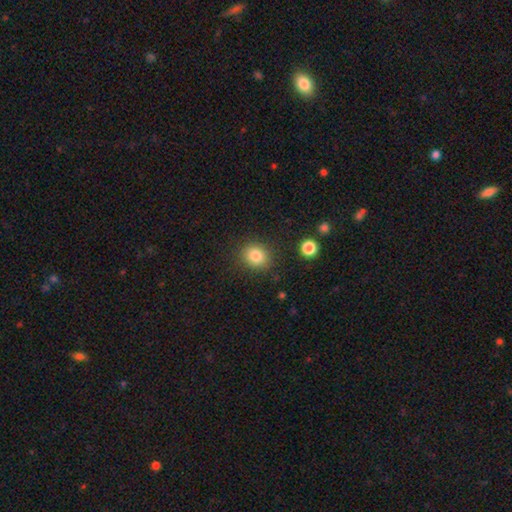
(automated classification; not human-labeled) Overall: smooth (84%). How rounded: round (74%). Merging: none (86%).